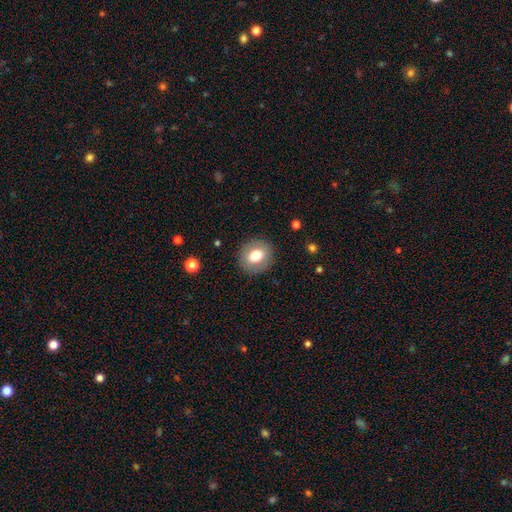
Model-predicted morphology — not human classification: This is likely a smooth galaxy (72%). How rounded: likely round (73%). Merging: clearly none (87%).